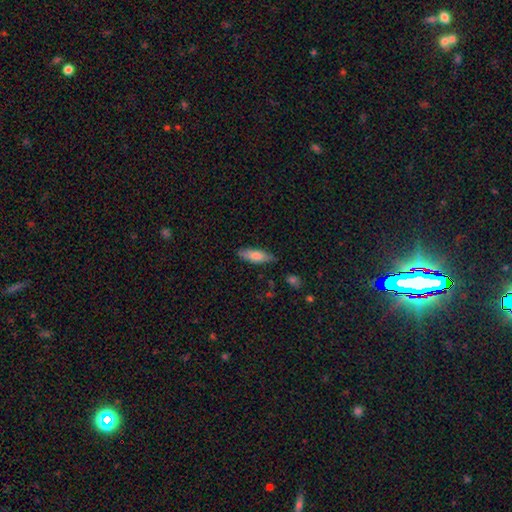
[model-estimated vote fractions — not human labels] A smooth galaxy with no disk features (74%) that is in between round and cigar-shaped (56%).

Vote fractions:
- Smooth or featured? smooth: 74% / featured or disk: 20% / star or artifact: 6%
- How rounded? in between: 56% / cigar-shaped: 42% / round: 2%
- Merging? none: 81% / minor disturbance: 15% / major disturbance: 3% / merger: 2%